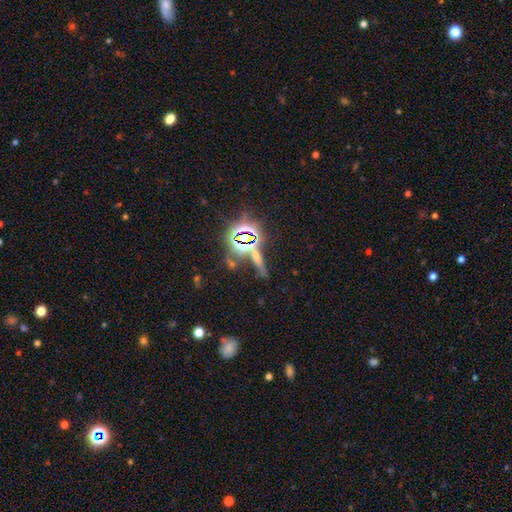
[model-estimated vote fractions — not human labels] Smooth or featured?
  - star or artifact: 59% *
  - smooth: 23%
  - featured or disk: 18%